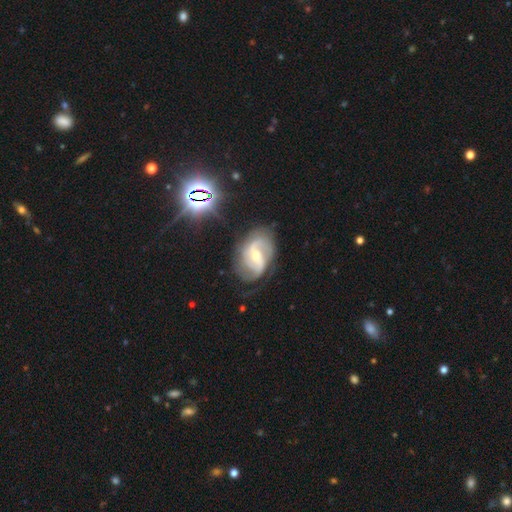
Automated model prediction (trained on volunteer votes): smooth_or_featured: featured or disk (p=0.86) [alt: smooth p=0.08]
disk_edge_on: no (p=0.97) [alt: yes p=0.03]
bar: weak (p=0.46) [alt: strong p=0.35]
has_spiral_arms: yes (p=0.95) [alt: no p=0.05]
spiral_winding: medium (p=0.43) [alt: loose p=0.39]
spiral_arm_count: 2 (p=0.80) [alt: can't tell p=0.08]
bulge_size: moderate (p=0.53) [alt: small p=0.43]
merging: none (p=0.68) [alt: minor disturbance p=0.20]